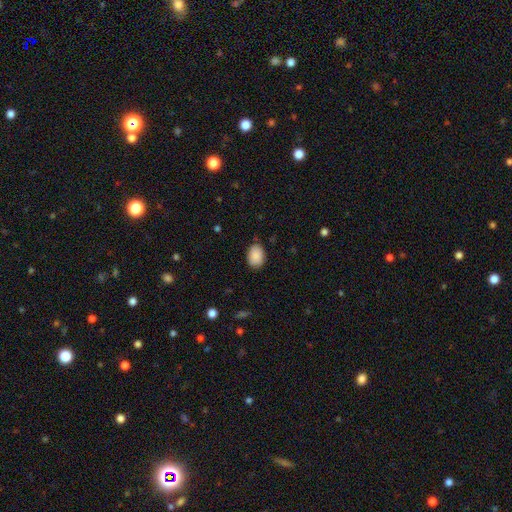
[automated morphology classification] Smooth or featured?
  - smooth: 90% *
  - star or artifact: 7%
  - featured or disk: 4%
How rounded?
  - in between: 79% *
  - round: 20%
  - cigar-shaped: 1%
Merging?
  - none: 82% *
  - minor disturbance: 14%
  - major disturbance: 3%
  - merger: 1%